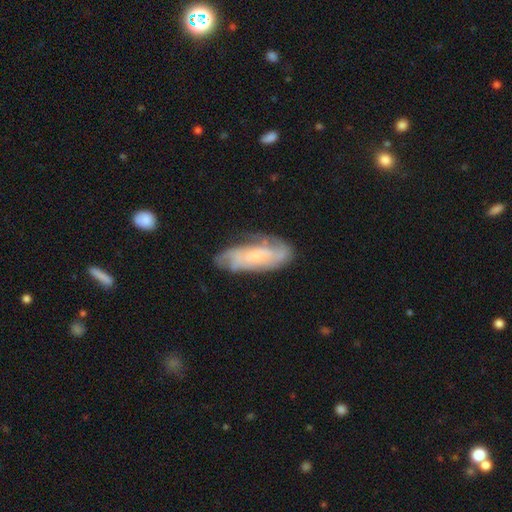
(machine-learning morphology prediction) Smooth or featured: featured or disk — 64% (smooth — 29%)
Edge-on disk: no — 88% (yes — 12%)
Bar: no — 65% (weak — 28%)
Spiral arms: yes — 86% (no — 14%)
Bulge size: small — 59% (moderate — 22%)
Merging: none — 67% (minor disturbance — 23%)